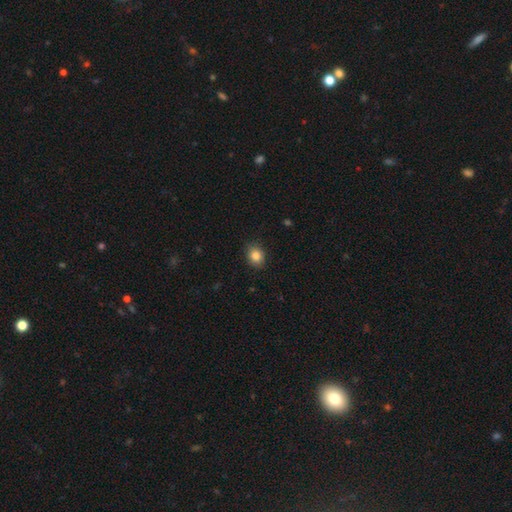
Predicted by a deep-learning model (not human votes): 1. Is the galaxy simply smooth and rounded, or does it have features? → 85% smooth, 10% star or artifact, 6% featured or disk.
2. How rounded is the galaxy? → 59% round, 40% in between, 1% cigar-shaped.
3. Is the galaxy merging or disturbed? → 87% none, 10% minor disturbance, 2% major disturbance, 1% merger.